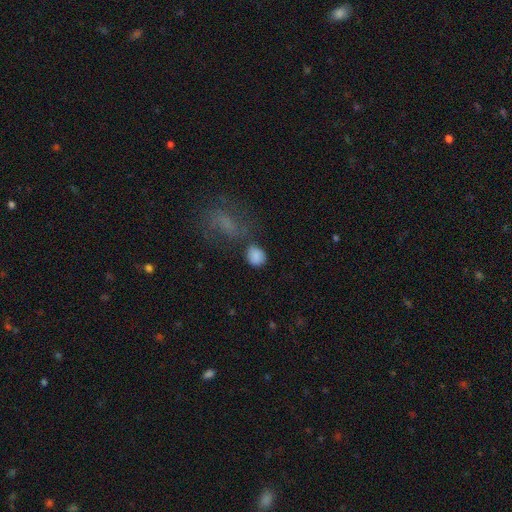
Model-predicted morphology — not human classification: Smooth or featured?
  - smooth: 82% *
  - star or artifact: 10%
  - featured or disk: 8%
How rounded?
  - round: 69% *
  - in between: 30%
  - cigar-shaped: 1%
Merging?
  - none: 63% *
  - minor disturbance: 18%
  - merger: 11%
  - major disturbance: 9%